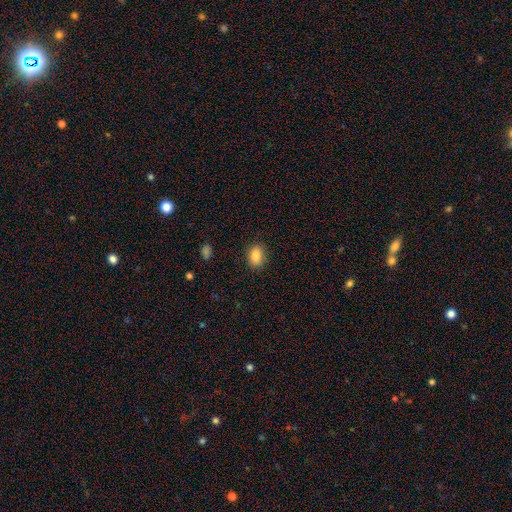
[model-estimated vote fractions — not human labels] Smooth or featured?
  - smooth: 85% *
  - star or artifact: 8%
  - featured or disk: 6%
How rounded?
  - in between: 79% *
  - round: 20%
  - cigar-shaped: 1%
Merging?
  - none: 85% *
  - minor disturbance: 11%
  - major disturbance: 3%
  - merger: 1%